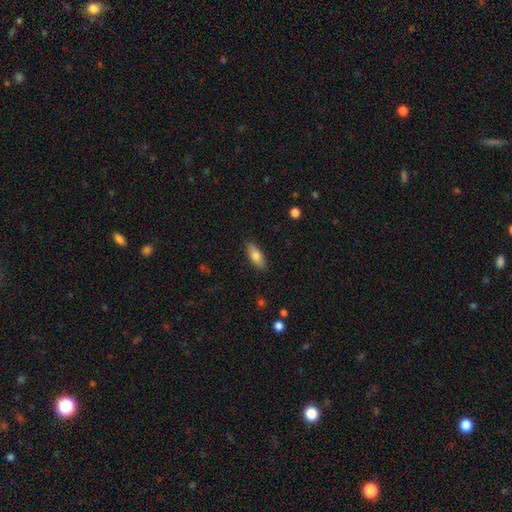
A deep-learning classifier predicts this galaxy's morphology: Q: Smooth or featured?
A: smooth (78%); runner-up: featured or disk (16%)
Q: How rounded?
A: in between (76%); runner-up: cigar-shaped (21%)
Q: Merging?
A: none (88%); runner-up: minor disturbance (9%)